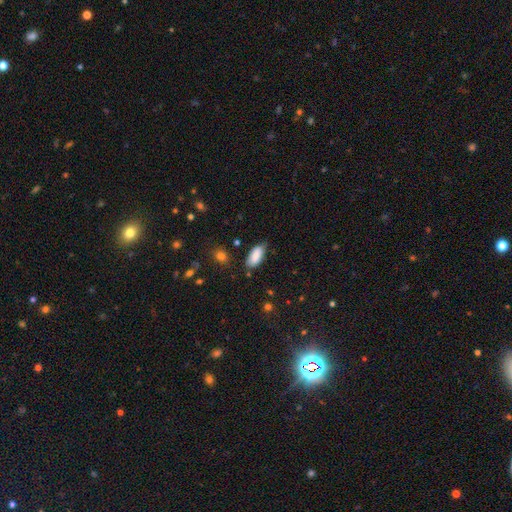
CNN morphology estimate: smooth 86%, featured or disk 7%, star or artifact 7%. Down the decision tree: how rounded — in between (87%); merging — none (71%).